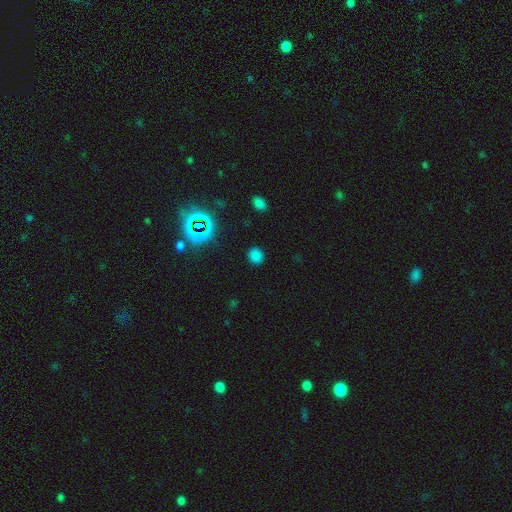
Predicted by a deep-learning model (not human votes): smooth 71%, star or artifact 24%, featured or disk 5%. Down the decision tree: how rounded — round (83%); merging — none (88%).